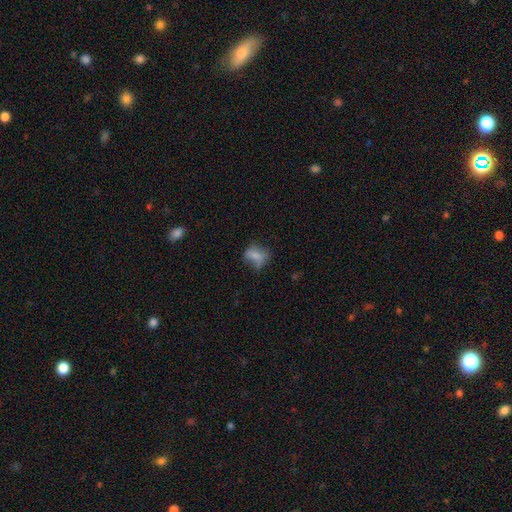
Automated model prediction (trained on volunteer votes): A smooth galaxy with no disk features (69%) that is in between round and cigar-shaped (67%). Merging: none (41%).